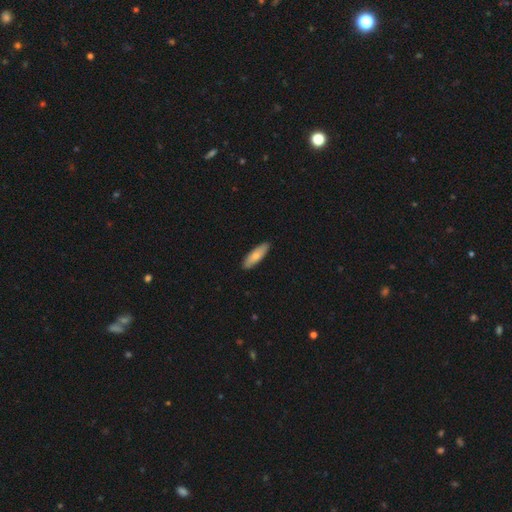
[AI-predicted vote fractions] Morphology: type=smooth (76%); roundness=in between (53%); merging=none (89%).